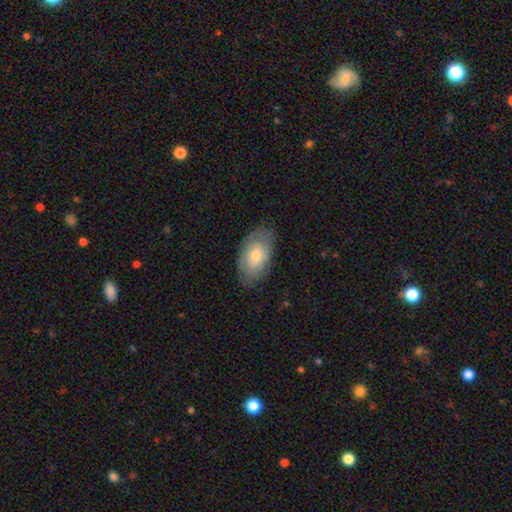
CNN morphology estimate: Smooth or featured?
  - smooth: 57% *
  - featured or disk: 37%
  - star or artifact: 6%
How rounded?
  - in between: 93% *
  - round: 5%
  - cigar-shaped: 2%
Merging?
  - none: 79% *
  - minor disturbance: 16%
  - major disturbance: 4%
  - merger: 1%